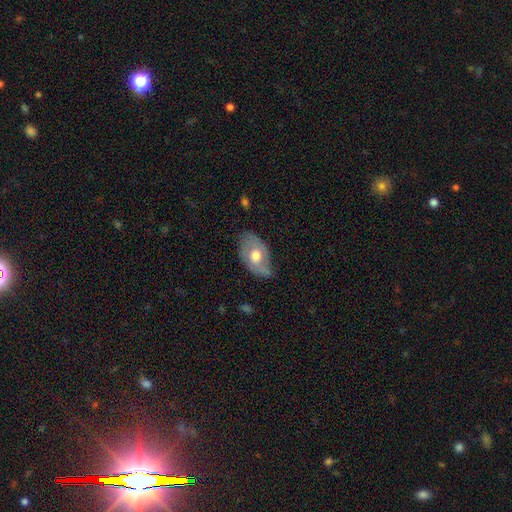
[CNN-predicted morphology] Smooth or featured? smooth (47%)
Merging? none (57%)